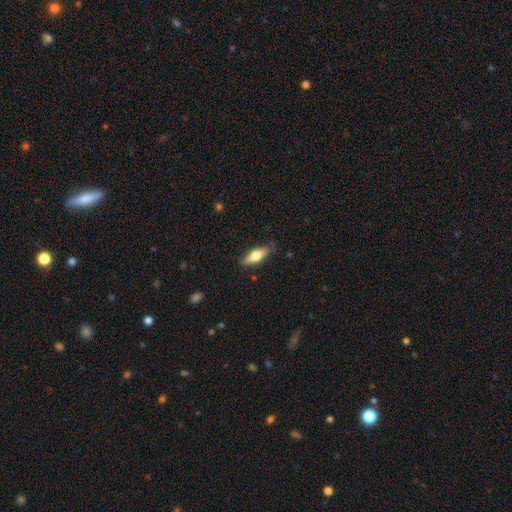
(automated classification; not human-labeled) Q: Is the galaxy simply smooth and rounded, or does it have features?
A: smooth — 64%.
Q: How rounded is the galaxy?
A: in between — 63%.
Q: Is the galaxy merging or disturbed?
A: none — 80%.